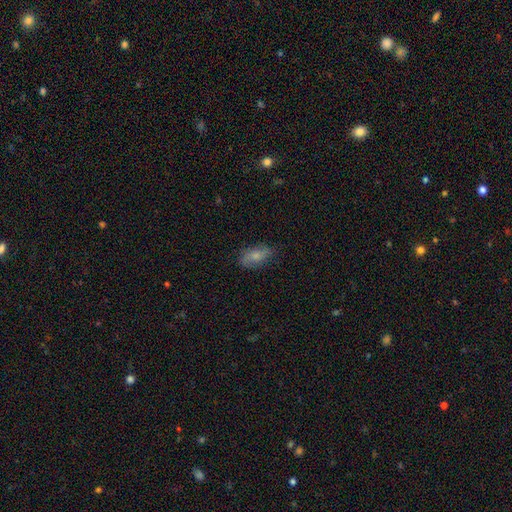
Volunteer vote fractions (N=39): Overall: smooth (59%; featured or disk 36%). How rounded: in between (100%). Merging: none (78%).